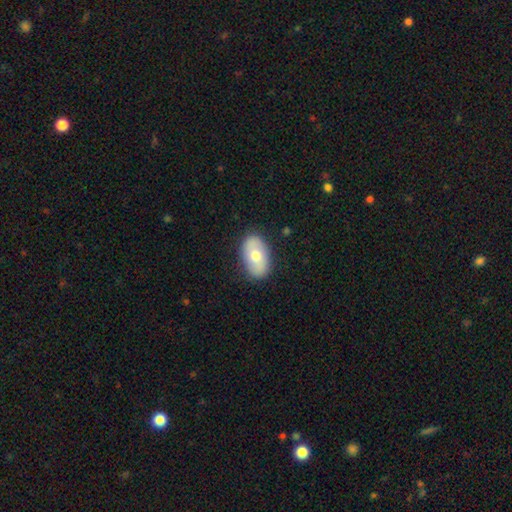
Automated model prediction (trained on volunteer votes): Smooth or featured? smooth (64%)
How rounded? in between (91%)
Merging? none (85%)